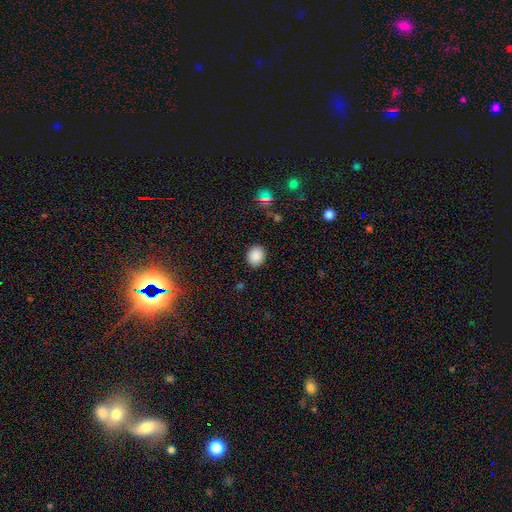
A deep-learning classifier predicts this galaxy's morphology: This appears to be a smooth galaxy with no disk features (86%) that is round (71%). Merging: none (89%).